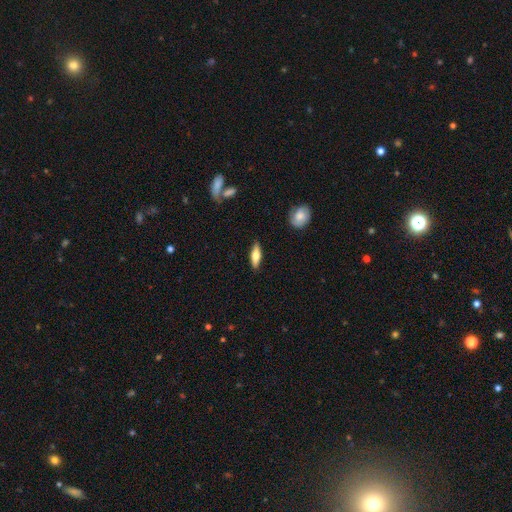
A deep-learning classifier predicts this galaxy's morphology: smooth_or_featured: smooth (p=0.57) [alt: featured or disk p=0.37]
how_rounded: in between (p=0.49) [alt: cigar-shaped p=0.48]
merging: none (p=0.88) [alt: minor disturbance p=0.09]